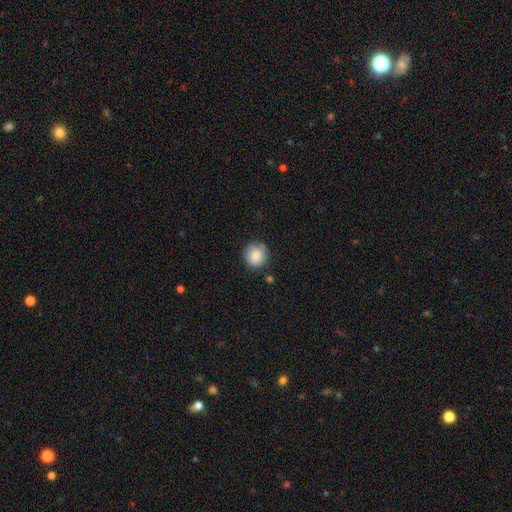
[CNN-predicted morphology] Smooth or featured: smooth — 82% (featured or disk — 11%)
How rounded: round — 91% (in between — 8%)
Merging: none — 79% (minor disturbance — 15%)